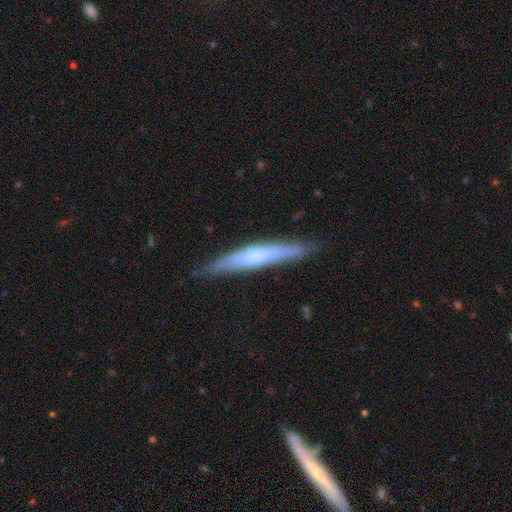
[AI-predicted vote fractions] This is possibly a featured or disk galaxy (55%). It is clearly viewed edge-on (90%). Merging: clearly none (83%).